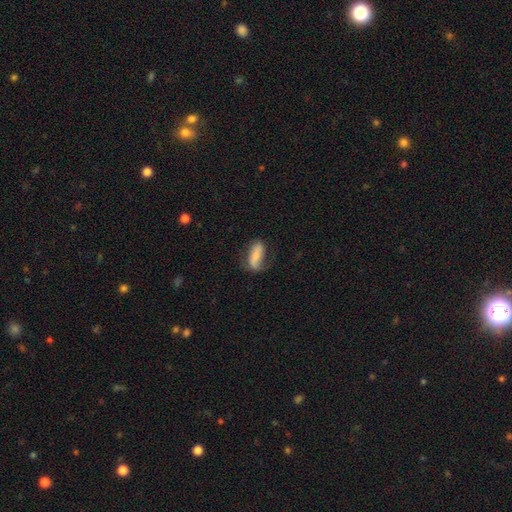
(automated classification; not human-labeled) This is likely a smooth galaxy (60%). How rounded: likely in between (71%). Merging: possibly none (57%).